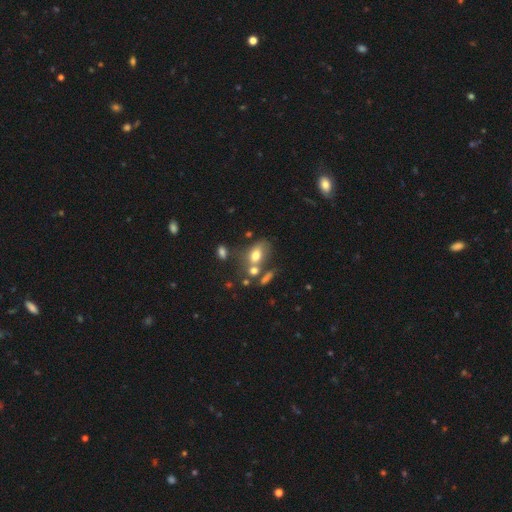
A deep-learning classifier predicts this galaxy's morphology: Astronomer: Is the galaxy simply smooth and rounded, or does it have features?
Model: smooth — 69%.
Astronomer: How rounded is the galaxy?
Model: in between — 80%.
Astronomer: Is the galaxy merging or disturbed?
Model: none — 42% (runner-up: merger, 32%).